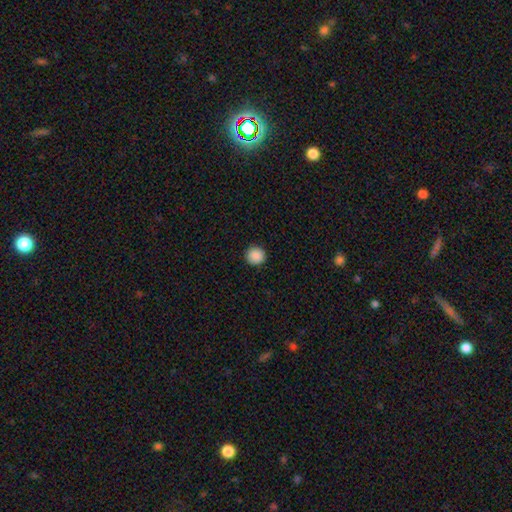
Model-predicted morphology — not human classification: Smooth or featured: smooth — 89% (star or artifact — 9%)
How rounded: round — 93% (in between — 6%)
Merging: none — 92% (minor disturbance — 5%)